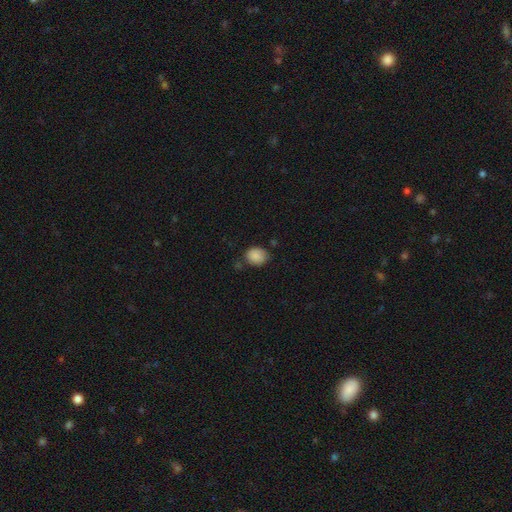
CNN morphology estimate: Q: Smooth or featured?
A: smooth (87%); runner-up: star or artifact (8%)
Q: How rounded?
A: round (59%); runner-up: in between (40%)
Q: Merging?
A: none (72%); runner-up: minor disturbance (20%)